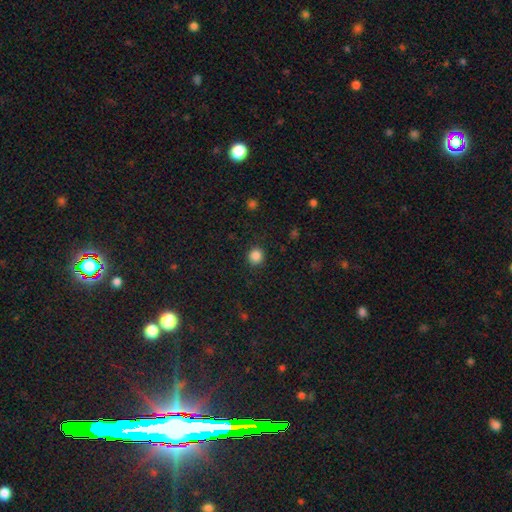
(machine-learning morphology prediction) Smooth or featured? smooth (86%)
How rounded? round (91%)
Merging? none (91%)